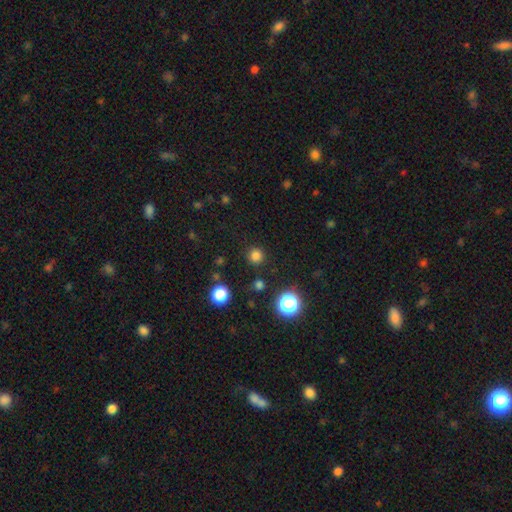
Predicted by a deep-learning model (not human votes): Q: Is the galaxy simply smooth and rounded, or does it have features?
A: smooth — 78%.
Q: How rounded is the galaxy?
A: round — 94%.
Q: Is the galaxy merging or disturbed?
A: none — 89%.